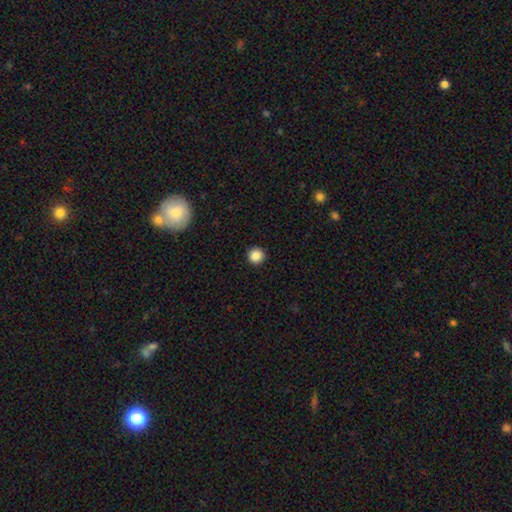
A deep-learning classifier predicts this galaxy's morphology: smooth 87%, star or artifact 10%, featured or disk 3%. Down the decision tree: how rounded — round (96%); merging — none (93%).